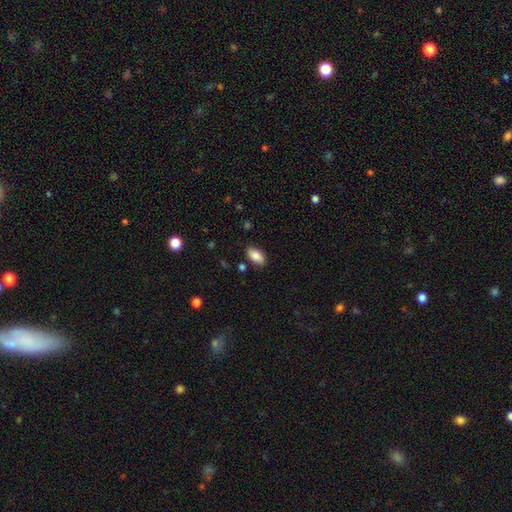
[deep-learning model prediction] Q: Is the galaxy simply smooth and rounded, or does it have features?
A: smooth — 84%.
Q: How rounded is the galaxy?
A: in between — 94%.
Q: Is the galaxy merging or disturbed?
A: none — 85%.